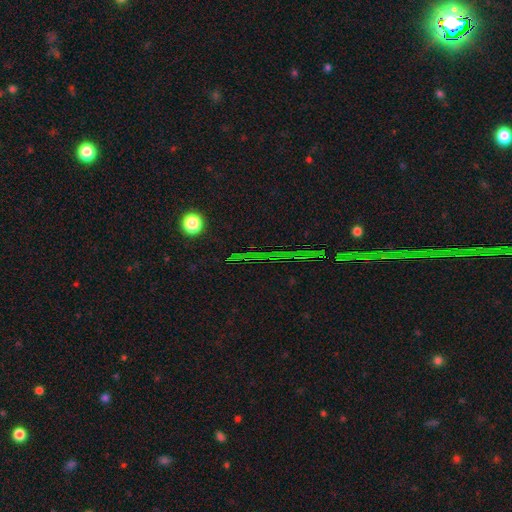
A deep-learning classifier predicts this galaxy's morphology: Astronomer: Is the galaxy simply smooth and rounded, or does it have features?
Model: star or artifact — 79%.